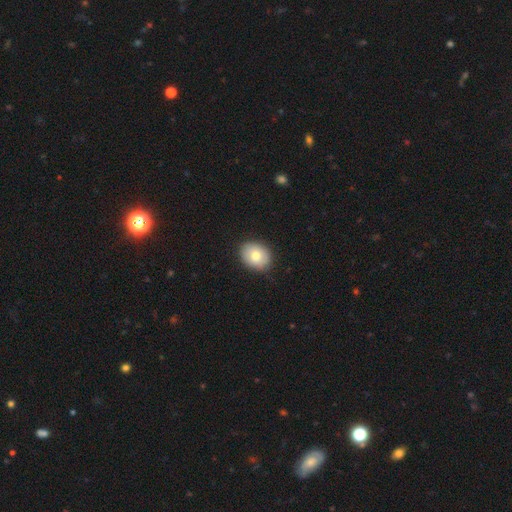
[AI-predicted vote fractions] smooth_or_featured: smooth (p=0.80) [alt: featured or disk p=0.13]
how_rounded: in between (p=0.53) [alt: round p=0.46]
merging: none (p=0.87) [alt: minor disturbance p=0.10]